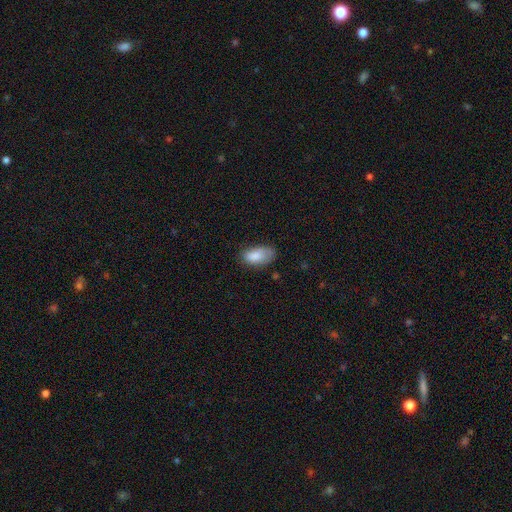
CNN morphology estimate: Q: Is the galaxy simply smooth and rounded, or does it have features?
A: smooth — 85%.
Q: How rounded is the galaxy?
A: in between — 93%.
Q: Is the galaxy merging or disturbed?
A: none — 60%.